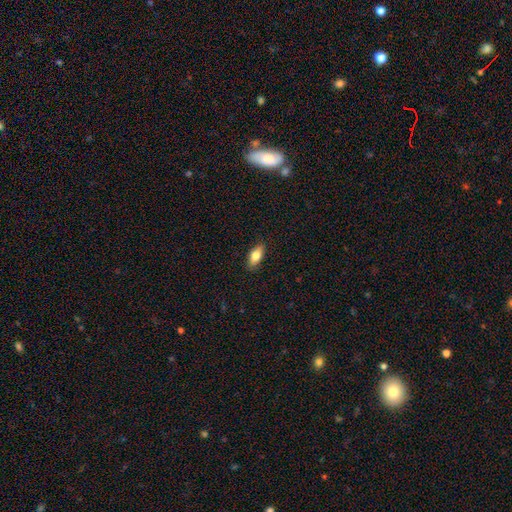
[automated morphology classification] smooth-or-featured: smooth: 76% | featured or disk: 18% | star or artifact: 6%
  how-rounded: in between: 82% | cigar-shaped: 15% | round: 3%
  merging: none: 88% | minor disturbance: 9% | major disturbance: 2% | merger: 1%